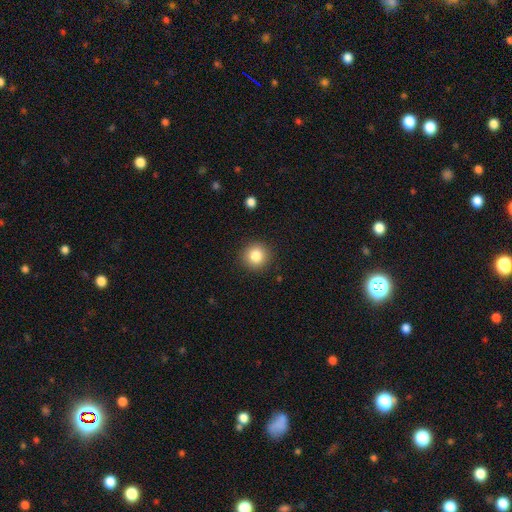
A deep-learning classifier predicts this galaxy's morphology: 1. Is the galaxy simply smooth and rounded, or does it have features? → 84% smooth, 10% star or artifact, 6% featured or disk.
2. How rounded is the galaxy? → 94% round, 5% in between, 1% cigar-shaped.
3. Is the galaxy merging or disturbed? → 91% none, 6% minor disturbance, 2% major disturbance, 1% merger.